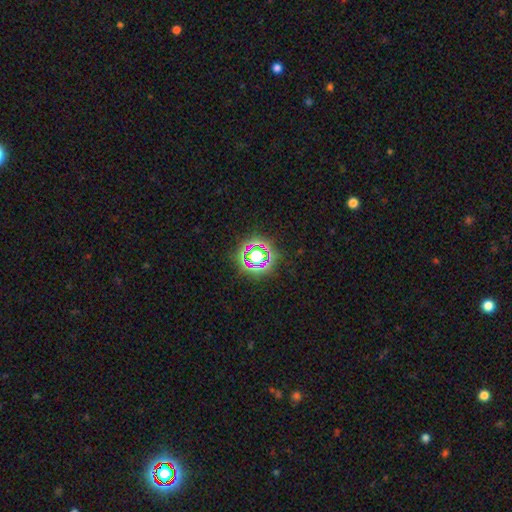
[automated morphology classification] Smooth or featured? star or artifact (57%)